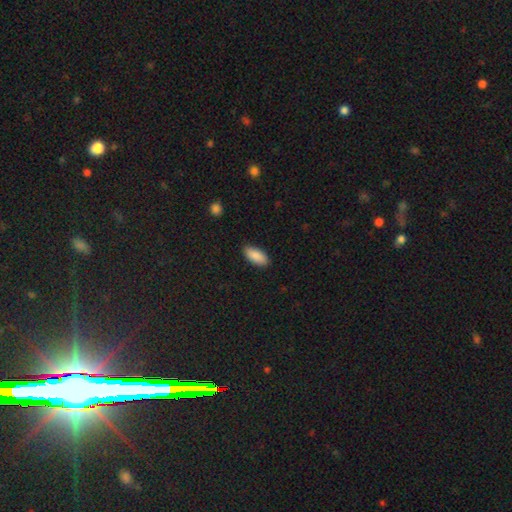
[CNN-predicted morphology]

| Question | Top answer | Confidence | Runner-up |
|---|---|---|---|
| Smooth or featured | smooth | 89% | star or artifact (6%) |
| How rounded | in between | 89% | cigar-shaped (10%) |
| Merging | none | 88% | minor disturbance (9%) |